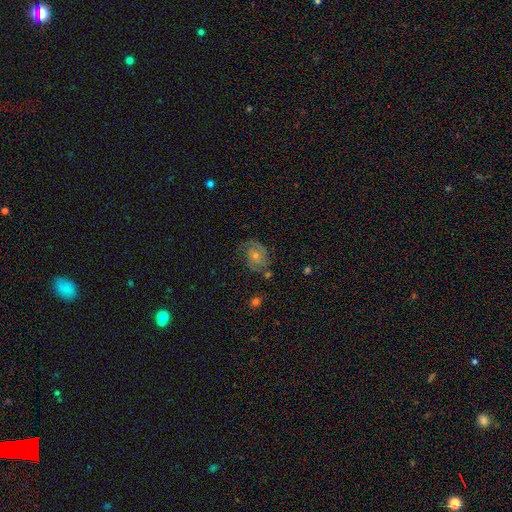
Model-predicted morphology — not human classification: Smooth or featured?
  - featured or disk: 70% *
  - smooth: 17%
  - star or artifact: 12%
Edge-on disk?
  - no: 97% *
  - yes: 3%
Bar?
  - no: 74% *
  - weak: 22%
  - strong: 4%
Spiral arms?
  - yes: 90% *
  - no: 10%
Spiral winding?
  - tight: 50% *
  - medium: 38%
  - loose: 12%
Spiral arm count?
  - 2: 52% *
  - can't tell: 24%
  - 3: 10%
  - 1: 8%
  - 4: 3%
  - more than 4: 3%
Bulge size?
  - small: 51% *
  - moderate: 44%
  - large: 2%
  - none: 2%
  - dominant: 1%
Merging?
  - none: 71% *
  - minor disturbance: 18%
  - major disturbance: 8%
  - merger: 3%